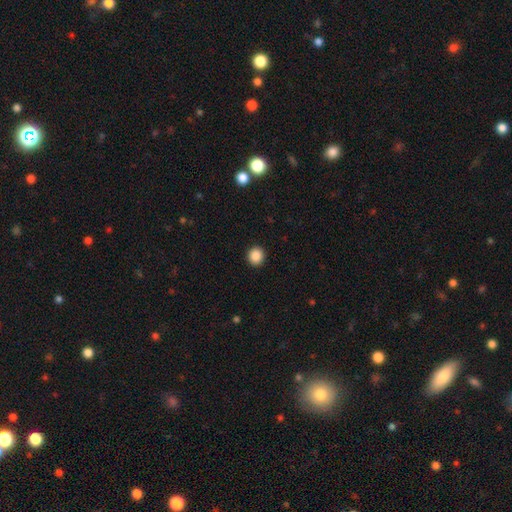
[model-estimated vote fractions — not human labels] A smooth galaxy with no disk features (88%) that is round (90%).

Vote fractions:
- Smooth or featured? smooth: 88% / star or artifact: 10% / featured or disk: 3%
- How rounded? round: 90% / in between: 9% / cigar-shaped: 1%
- Merging? none: 92% / minor disturbance: 5% / major disturbance: 2% / merger: 1%